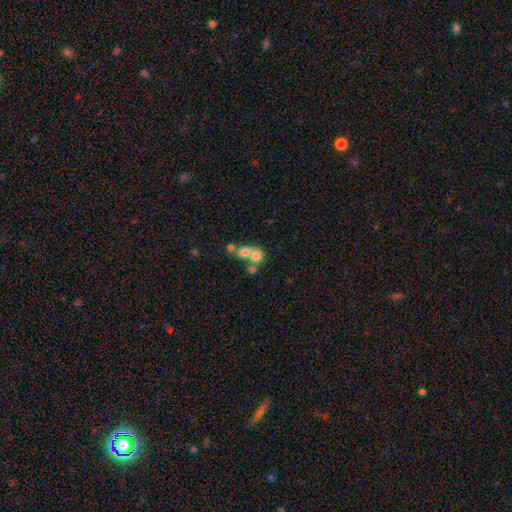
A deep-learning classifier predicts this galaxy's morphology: Q: Smooth or featured?
A: smooth (69%); runner-up: featured or disk (19%)
Q: How rounded?
A: round (63%); runner-up: in between (35%)
Q: Merging?
A: merger (62%); runner-up: none (26%)